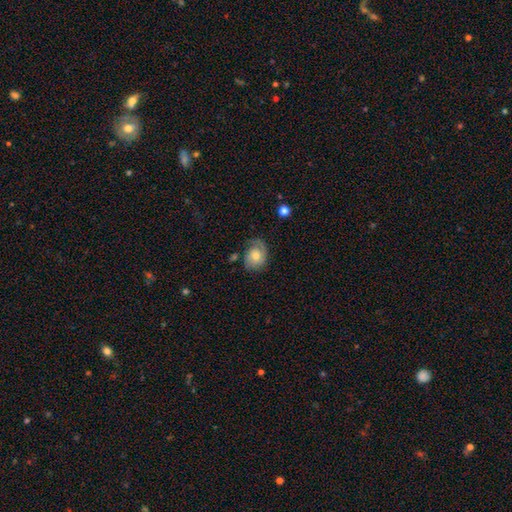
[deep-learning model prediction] Overall: smooth (48%; featured or disk 44%). Merging: none (59%; minor disturbance 26%).